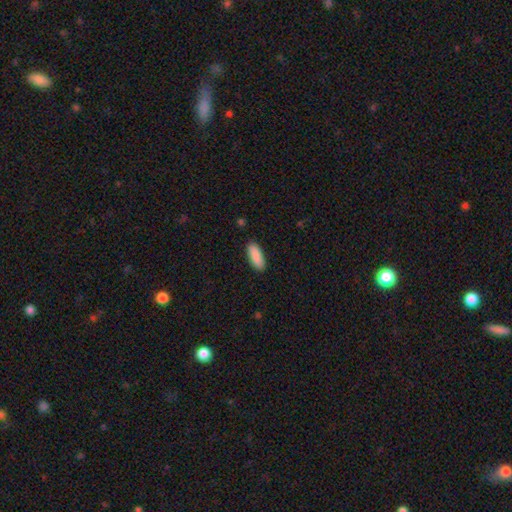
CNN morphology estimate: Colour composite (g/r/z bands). It shows a smooth galaxy with no disk features (90%) that is in between round and cigar-shaped (70%). Merging: none (89%).